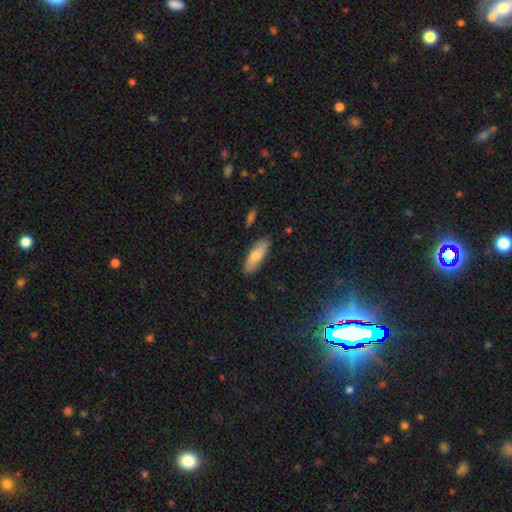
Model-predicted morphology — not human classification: This appears to be a smooth galaxy with no disk features (77%) that is in between round and cigar-shaped (65%). Merging: none (84%).